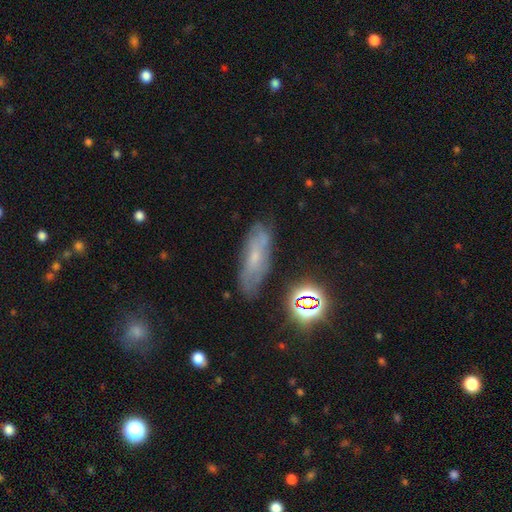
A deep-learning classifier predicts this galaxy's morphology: A featured or disk galaxy (46%).

Vote fractions:
- Smooth or featured? featured or disk: 46% / smooth: 37% / star or artifact: 17%
- Merging? none: 72% / minor disturbance: 20% / major disturbance: 6% / merger: 3%